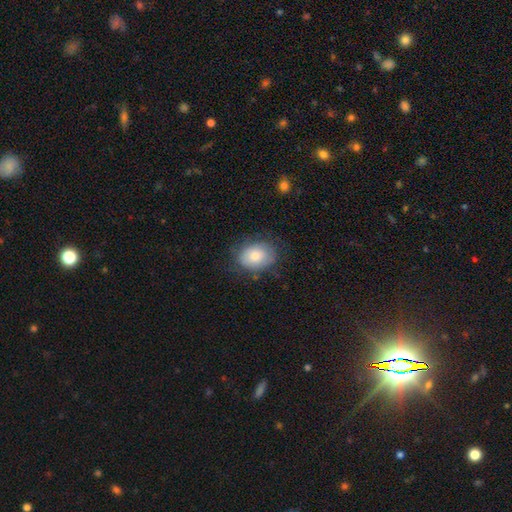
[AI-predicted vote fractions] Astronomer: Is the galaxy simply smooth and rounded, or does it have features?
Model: smooth — 74%.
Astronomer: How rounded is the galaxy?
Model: in between — 64%.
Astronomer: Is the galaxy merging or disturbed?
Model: none — 72%.